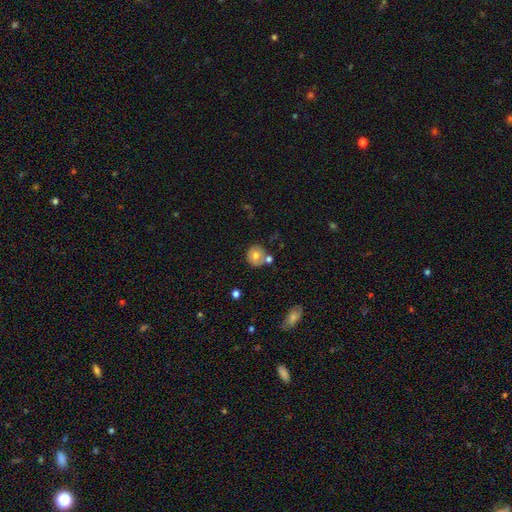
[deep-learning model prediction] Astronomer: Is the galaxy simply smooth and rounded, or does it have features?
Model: smooth — 73%.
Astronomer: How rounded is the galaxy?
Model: round — 89%.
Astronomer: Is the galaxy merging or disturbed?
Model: none — 66%.